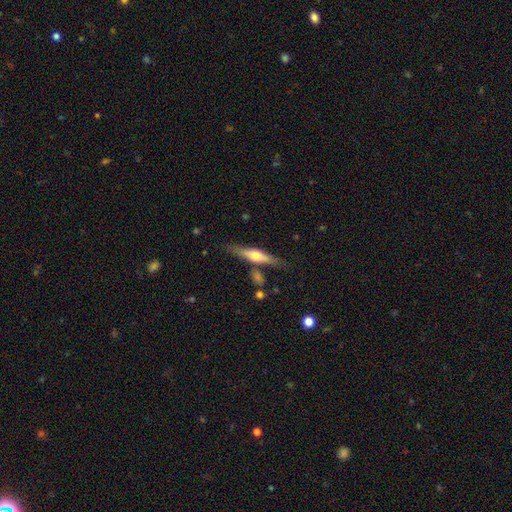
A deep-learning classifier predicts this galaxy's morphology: featured or disk 61%, smooth 32%, star or artifact 6%. Down the decision tree: edge-on disk — yes (95%); edge-on bulge — rounded (91%); merging — none (78%).